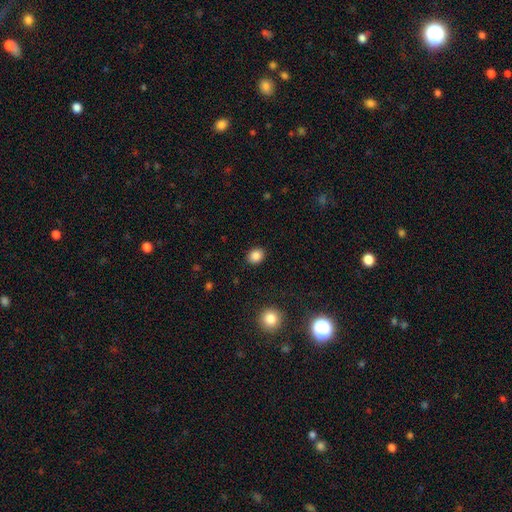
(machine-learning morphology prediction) Smooth or featured? Predicted: smooth (p=0.86). How rounded? Predicted: in between (p=0.50). Merging? Predicted: none (p=0.89).